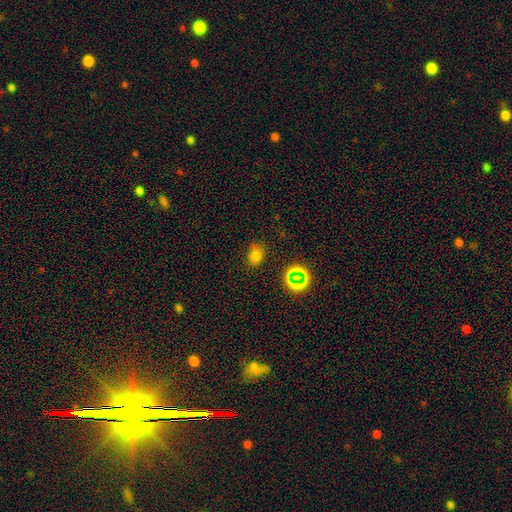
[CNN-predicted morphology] Overall: smooth (70%). How rounded: in between (59%; round 39%). Merging: none (73%).